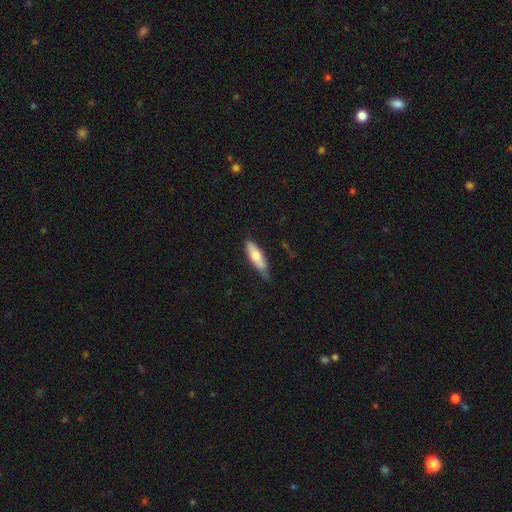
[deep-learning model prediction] A smooth galaxy with no disk features (63%) that is in between round and cigar-shaped (50%).

Vote fractions:
- Smooth or featured? smooth: 63% / featured or disk: 31% / star or artifact: 6%
- How rounded? in between: 50% / cigar-shaped: 48% / round: 2%
- Merging? none: 65% / minor disturbance: 28% / major disturbance: 5% / merger: 2%